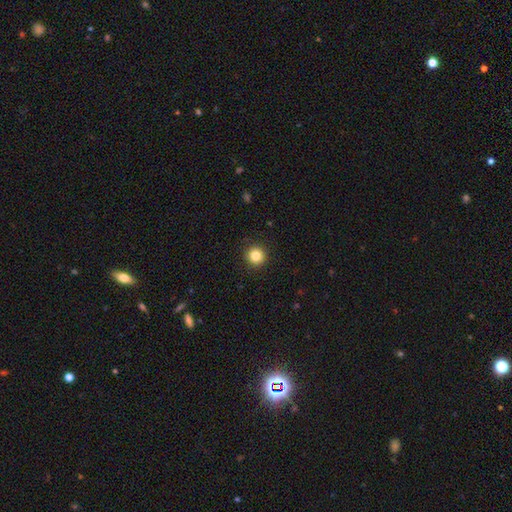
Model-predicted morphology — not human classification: Q: Smooth or featured?
A: smooth (84%); runner-up: star or artifact (11%)
Q: How rounded?
A: round (95%); runner-up: in between (4%)
Q: Merging?
A: none (93%); runner-up: minor disturbance (5%)